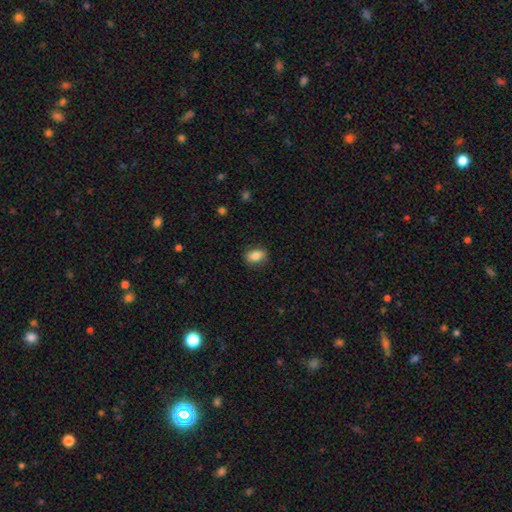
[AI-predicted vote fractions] Q: Smooth or featured?
A: smooth (85%); runner-up: star or artifact (8%)
Q: How rounded?
A: in between (80%); runner-up: round (18%)
Q: Merging?
A: none (85%); runner-up: minor disturbance (11%)